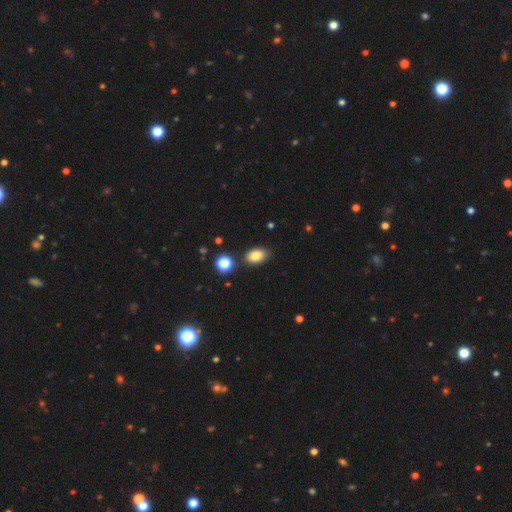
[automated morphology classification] A smooth galaxy with no disk features (83%) that is in between round and cigar-shaped (89%). Merging: none (83%).